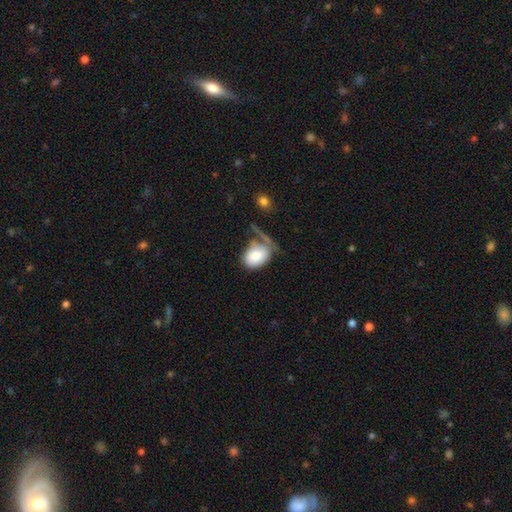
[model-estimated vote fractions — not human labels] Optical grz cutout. It shows a smooth galaxy with no disk features (78%) that is in between round and cigar-shaped (78%). Merging: none (35%).